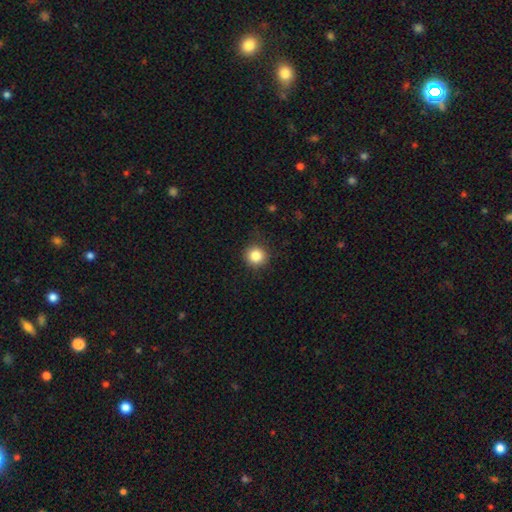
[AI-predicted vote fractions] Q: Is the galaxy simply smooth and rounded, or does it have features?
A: smooth — 85%.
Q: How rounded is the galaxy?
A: round — 94%.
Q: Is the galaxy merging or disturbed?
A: none — 88%.